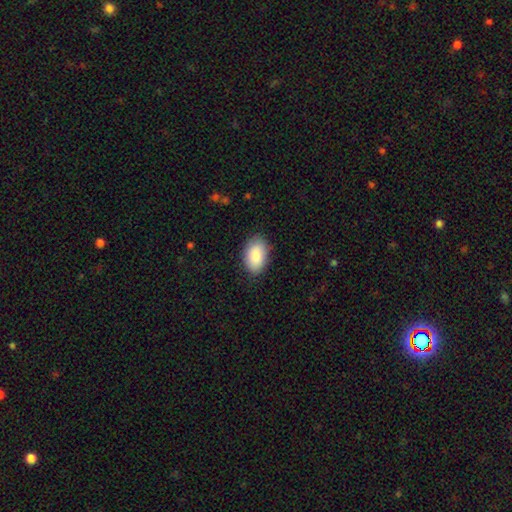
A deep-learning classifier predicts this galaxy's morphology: Smooth or featured?
  - smooth: 89% *
  - star or artifact: 6%
  - featured or disk: 5%
How rounded?
  - in between: 93% *
  - round: 6%
  - cigar-shaped: 1%
Merging?
  - none: 83% *
  - minor disturbance: 13%
  - major disturbance: 3%
  - merger: 1%